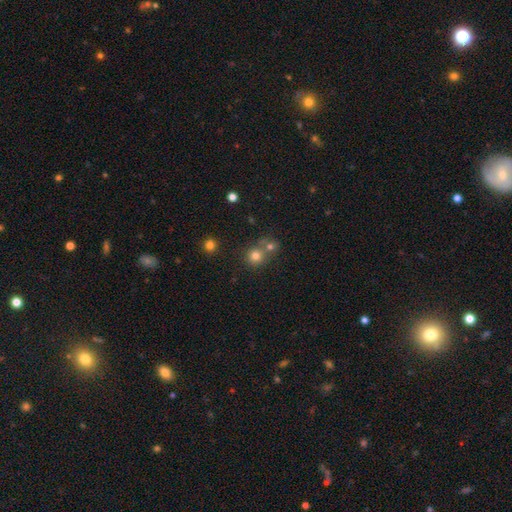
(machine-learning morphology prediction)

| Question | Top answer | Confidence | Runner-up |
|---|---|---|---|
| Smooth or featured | smooth | 76% | star or artifact (16%) |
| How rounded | round | 87% | in between (12%) |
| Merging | none | 55% | merger (34%) |